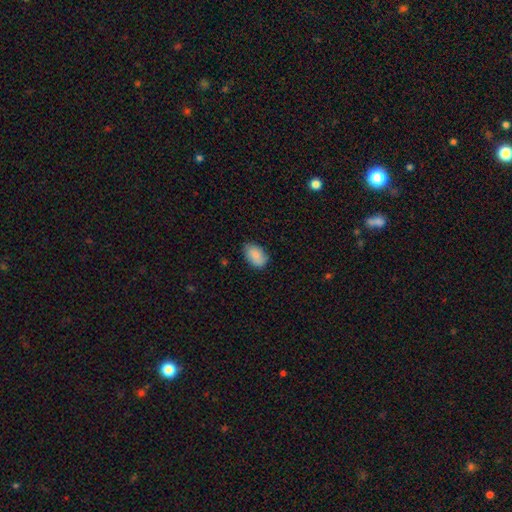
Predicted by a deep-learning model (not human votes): smooth_or_featured: smooth (p=0.85) [alt: featured or disk p=0.08]
how_rounded: in between (p=0.89) [alt: round p=0.10]
merging: none (p=0.77) [alt: minor disturbance p=0.18]